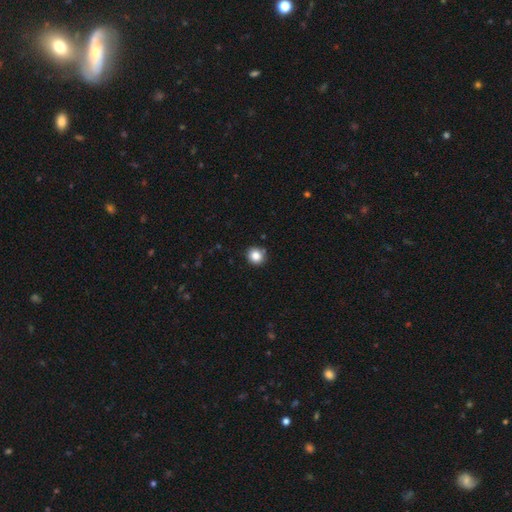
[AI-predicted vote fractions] Morphology: type=smooth (84%); roundness=round (90%); merging=none (88%).